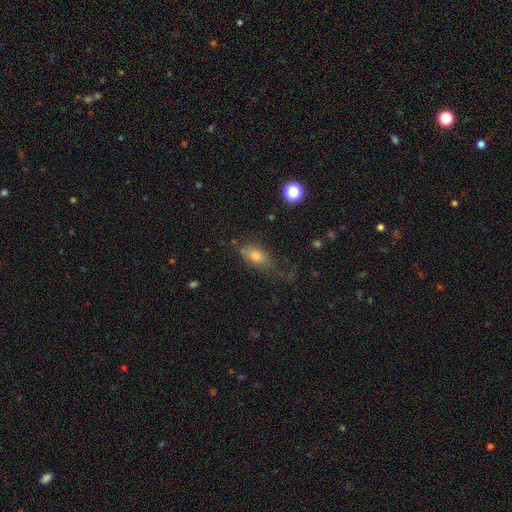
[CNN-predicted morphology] smooth 72%, featured or disk 16%, star or artifact 12%. Down the decision tree: how rounded — in between (77%); merging — none (54%).